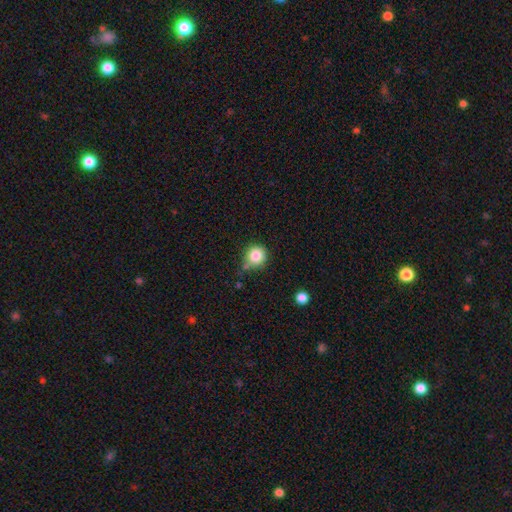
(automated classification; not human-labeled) A smooth galaxy with no disk features (83%) that is round (91%). Merging: none (61%).